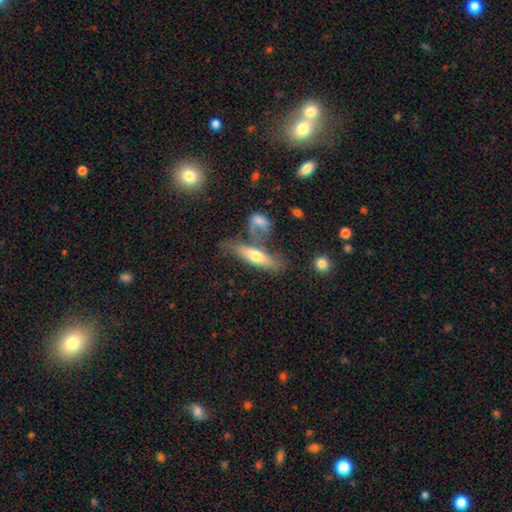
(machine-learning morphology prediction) Q: Smooth or featured?
A: smooth (58%); runner-up: featured or disk (35%)
Q: How rounded?
A: cigar-shaped (56%); runner-up: in between (41%)
Q: Merging?
A: none (45%); runner-up: merger (27%)